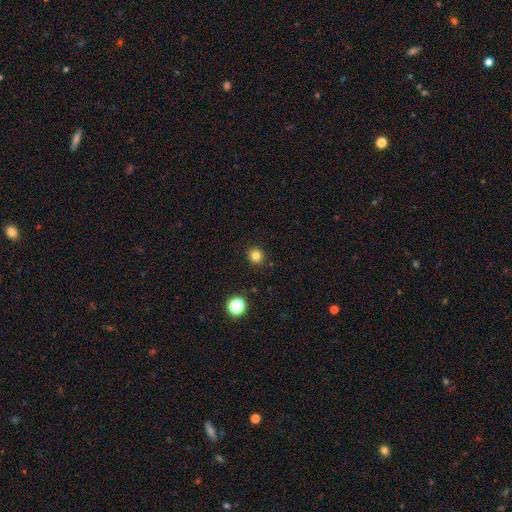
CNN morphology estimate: This appears to be a smooth galaxy with no disk features (81%) that is round (93%). Merging: none (92%).